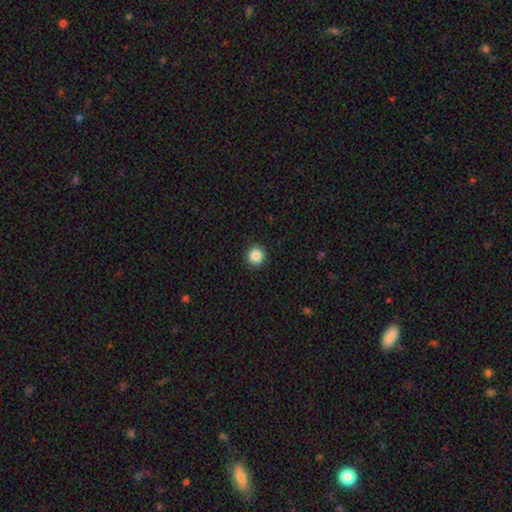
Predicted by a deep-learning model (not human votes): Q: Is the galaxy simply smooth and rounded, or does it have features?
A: smooth — 86%.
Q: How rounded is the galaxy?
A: round — 93%.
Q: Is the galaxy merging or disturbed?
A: none — 92%.